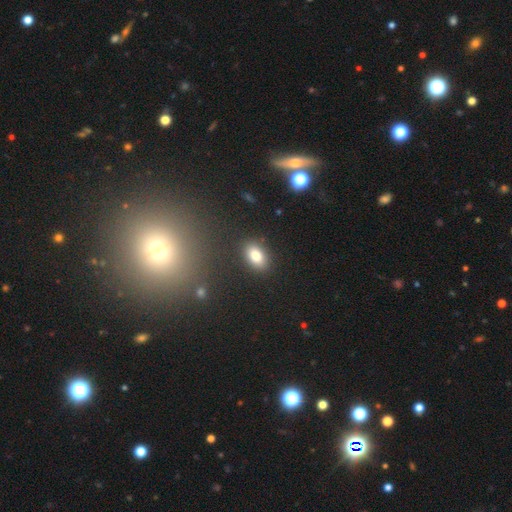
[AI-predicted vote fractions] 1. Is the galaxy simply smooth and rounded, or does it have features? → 83% smooth, 9% star or artifact, 8% featured or disk.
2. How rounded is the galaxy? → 87% in between, 11% round, 2% cigar-shaped.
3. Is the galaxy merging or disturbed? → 87% none, 9% minor disturbance, 3% major disturbance, 2% merger.